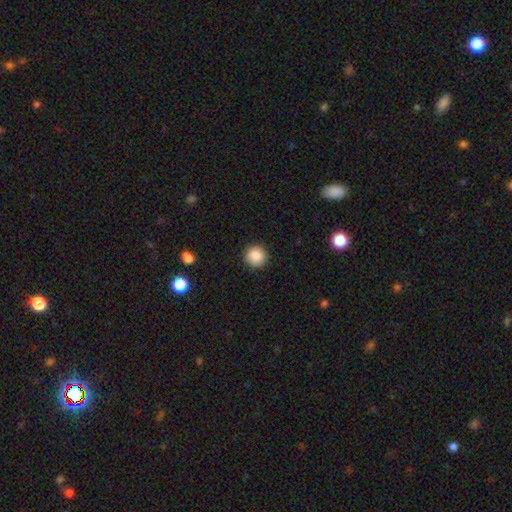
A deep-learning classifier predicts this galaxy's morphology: type=smooth (87%); roundness=round (94%); merging=none (91%).